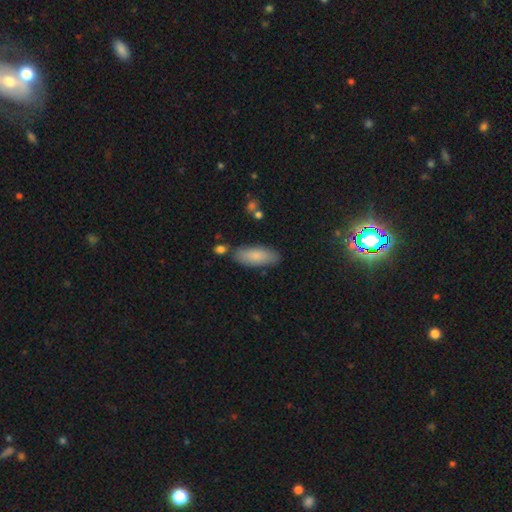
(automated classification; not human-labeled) smooth 83%, featured or disk 11%, star or artifact 6%. Down the decision tree: how rounded — in between (74%); merging — none (80%).